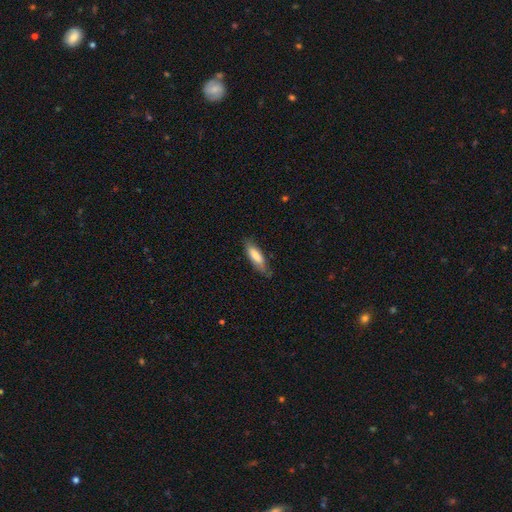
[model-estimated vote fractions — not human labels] smooth 73%, featured or disk 21%, star or artifact 6%. Down the decision tree: how rounded — cigar-shaped (50%); merging — none (72%).